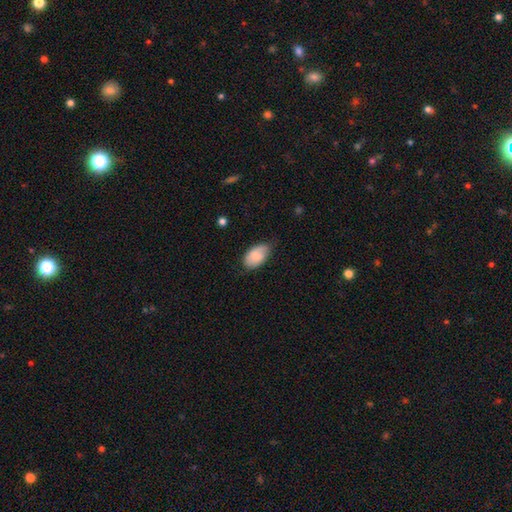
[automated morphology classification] Q: Smooth or featured?
A: smooth (79%); runner-up: featured or disk (15%)
Q: How rounded?
A: in between (93%); runner-up: round (6%)
Q: Merging?
A: none (63%); runner-up: minor disturbance (31%)